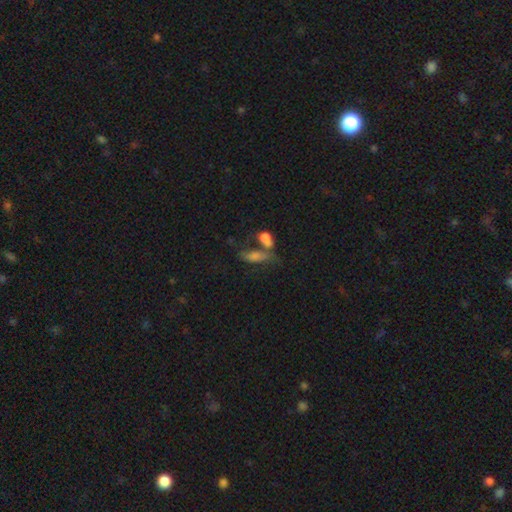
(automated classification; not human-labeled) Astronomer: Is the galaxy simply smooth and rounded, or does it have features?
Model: smooth — 55%.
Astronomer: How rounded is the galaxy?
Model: in between — 60%.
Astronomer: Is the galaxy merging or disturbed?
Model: none — 40% (runner-up: merger, 36%).